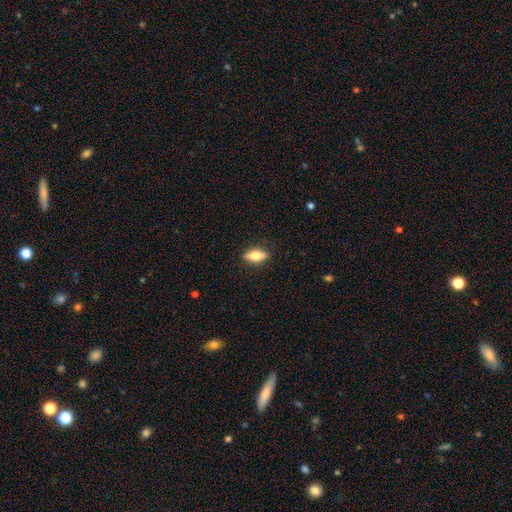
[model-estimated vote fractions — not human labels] Smooth or featured? smooth (63%)
How rounded? in between (70%)
Merging? none (85%)